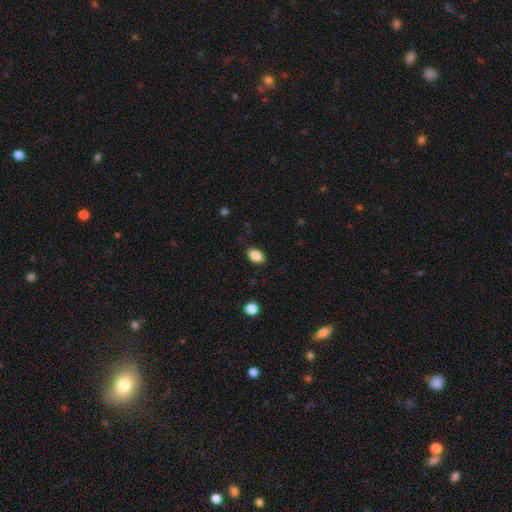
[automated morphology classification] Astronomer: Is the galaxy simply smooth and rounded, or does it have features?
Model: smooth — 87%.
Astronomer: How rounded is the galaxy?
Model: in between — 87%.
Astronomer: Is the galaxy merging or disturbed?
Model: none — 85%.